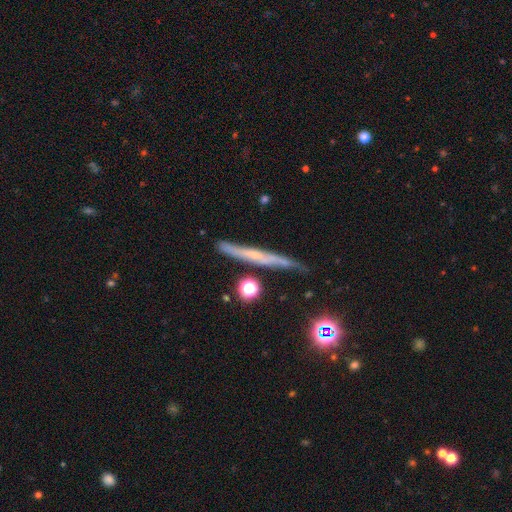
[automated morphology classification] This is possibly a featured or disk galaxy (58%). It is clearly viewed edge-on (93%). Edge-on bulge: likely none (66%). Merging: likely none (76%).